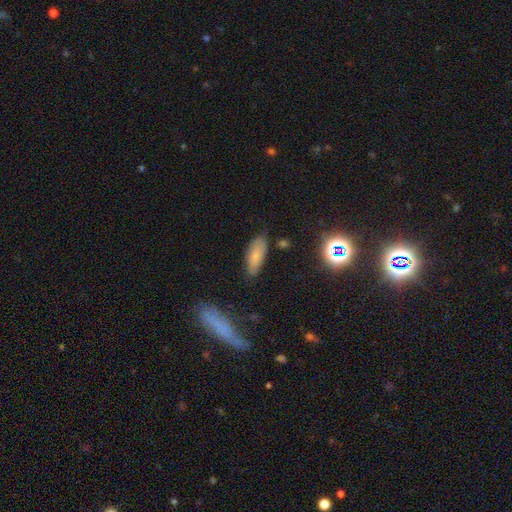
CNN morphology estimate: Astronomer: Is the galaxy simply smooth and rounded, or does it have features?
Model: smooth — 76%.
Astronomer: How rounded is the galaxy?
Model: in between — 73%.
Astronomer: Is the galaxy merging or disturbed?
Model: none — 79%.